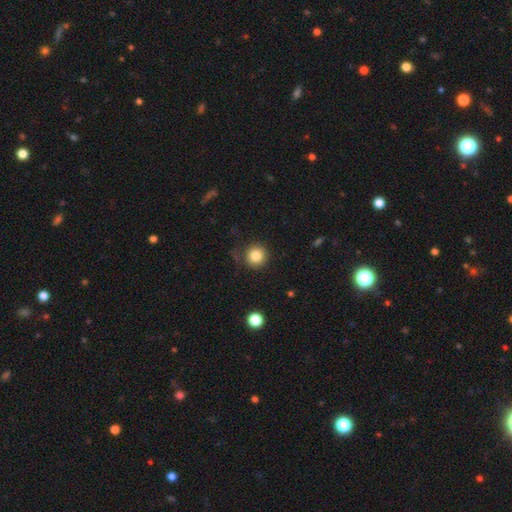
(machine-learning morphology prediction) smooth 84%, star or artifact 11%, featured or disk 5%. Down the decision tree: how rounded — round (93%); merging — none (83%).